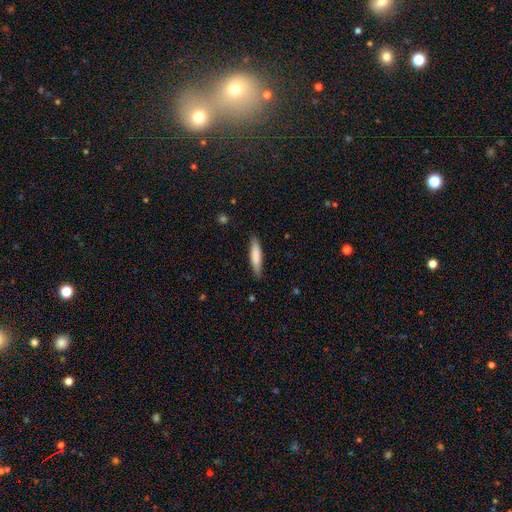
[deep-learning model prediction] Morphology: type=smooth (79%); roundness=cigar-shaped (80%); merging=none (84%).